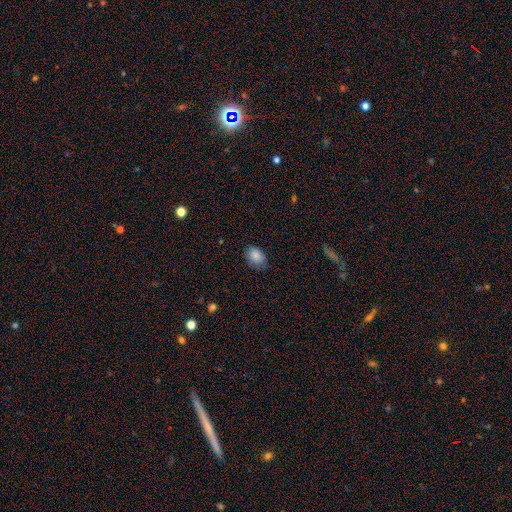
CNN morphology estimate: Smooth or featured? Predicted: smooth (p=0.86). How rounded? Predicted: in between (p=0.68). Merging? Predicted: none (p=0.73).